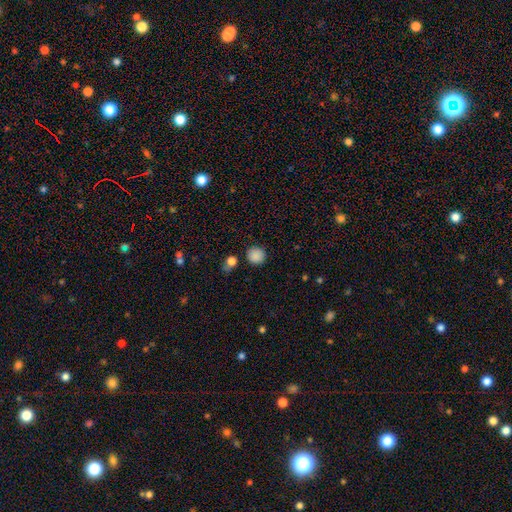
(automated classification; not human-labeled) A smooth galaxy with no disk features (86%) that is round (91%). Merging: none (84%).